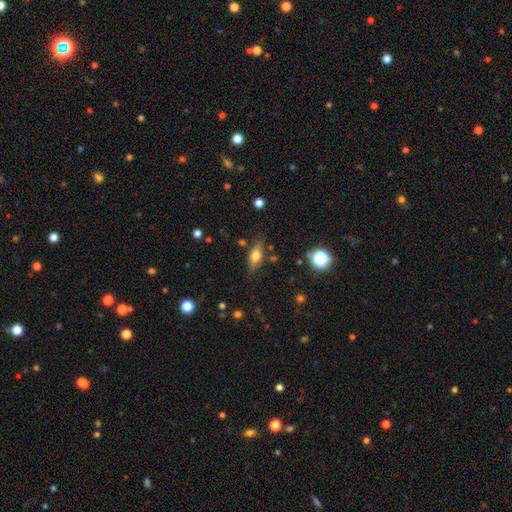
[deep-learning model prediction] Smooth or featured?
  - smooth: 49% *
  - featured or disk: 41%
  - star or artifact: 10%
Merging?
  - none: 80% *
  - minor disturbance: 13%
  - major disturbance: 4%
  - merger: 3%